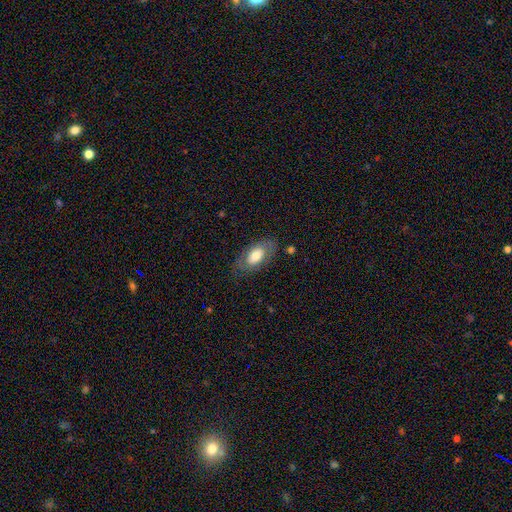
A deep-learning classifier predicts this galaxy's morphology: smooth_or_featured: smooth (p=0.66) [alt: featured or disk p=0.28]
how_rounded: in between (p=0.92) [alt: round p=0.04]
merging: none (p=0.76) [alt: minor disturbance p=0.15]